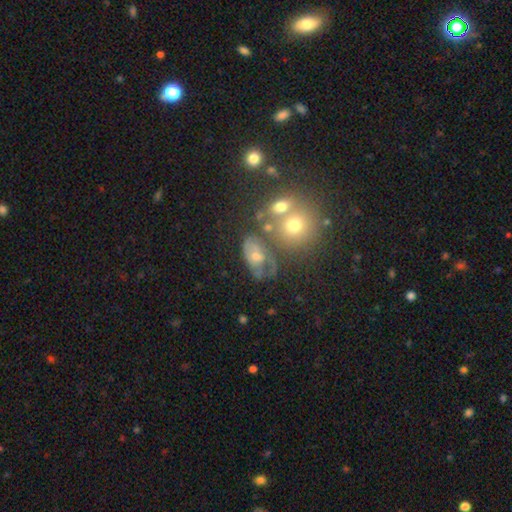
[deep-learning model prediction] Morphology: type=smooth (44%); merging=none (36%).